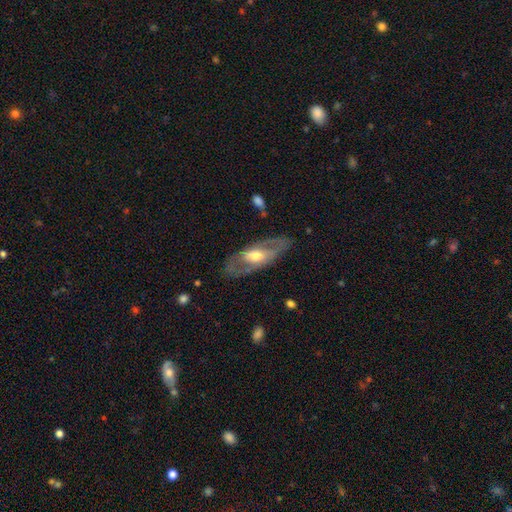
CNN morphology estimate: smooth-or-featured: featured or disk: 63% | smooth: 31% | star or artifact: 5%
  disk-edge-on: no: 80% | yes: 20%
    bar: no: 54% | weak: 29% | strong: 17%
    has-spiral-arms: no: 60% | yes: 40%
    bulge-size: moderate: 65% | small: 17% | large: 15% | none: 1% | dominant: 1%
  merging: none: 75% | minor disturbance: 15% | major disturbance: 8% | merger: 2%